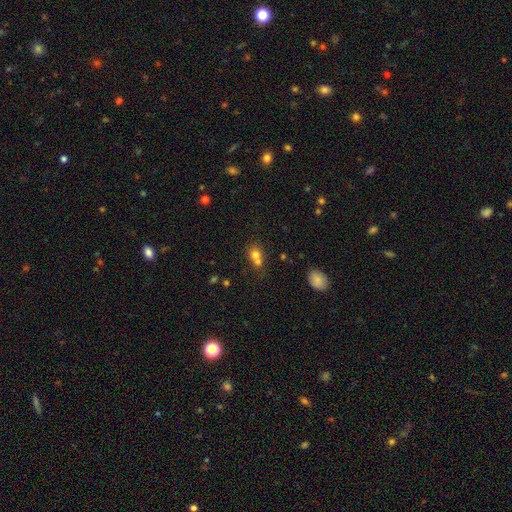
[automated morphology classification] smooth_or_featured: smooth (p=0.73) [alt: star or artifact p=0.14]
how_rounded: round (p=0.71) [alt: in between p=0.28]
merging: merger (p=0.56) [alt: none p=0.33]